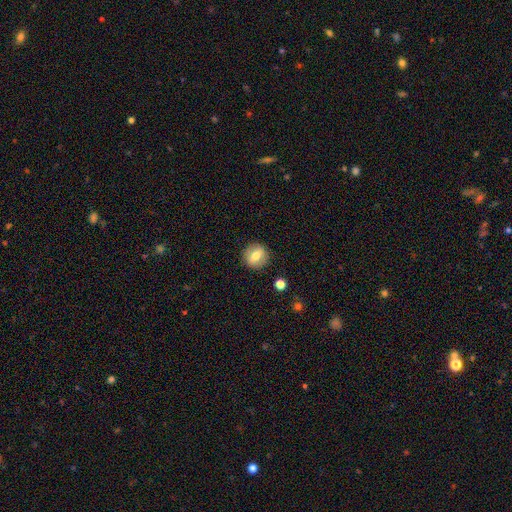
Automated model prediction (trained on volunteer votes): Smooth or featured: smooth — 65% (featured or disk — 25%)
How rounded: round — 89% (in between — 10%)
Merging: none — 89% (minor disturbance — 8%)